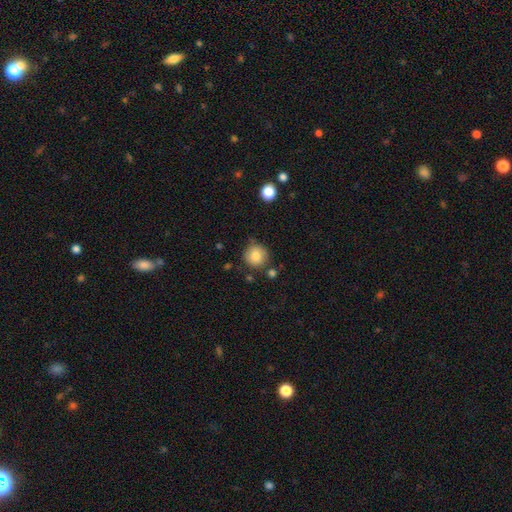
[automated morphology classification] Smooth or featured?
  - smooth: 84% *
  - star or artifact: 9%
  - featured or disk: 8%
How rounded?
  - round: 92% *
  - in between: 7%
  - cigar-shaped: 1%
Merging?
  - none: 79% *
  - minor disturbance: 13%
  - merger: 4%
  - major disturbance: 3%